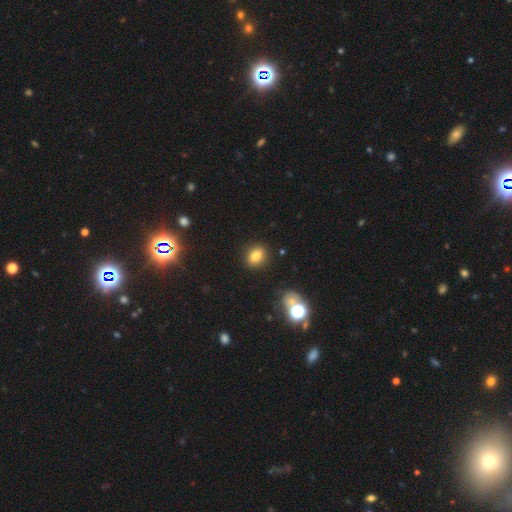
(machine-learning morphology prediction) Q: Smooth or featured?
A: smooth (81%); runner-up: star or artifact (12%)
Q: How rounded?
A: in between (68%); runner-up: round (29%)
Q: Merging?
A: none (86%); runner-up: minor disturbance (9%)